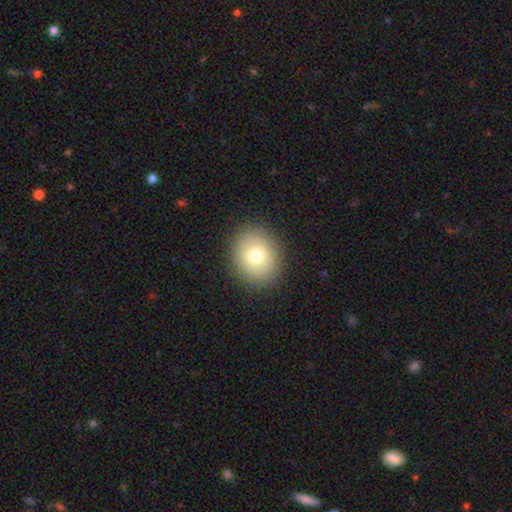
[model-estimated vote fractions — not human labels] smooth-or-featured: smooth: 77% | featured or disk: 13% | star or artifact: 10%
  how-rounded: round: 64% | in between: 35% | cigar-shaped: 1%
  merging: none: 89% | minor disturbance: 8% | major disturbance: 3% | merger: 1%